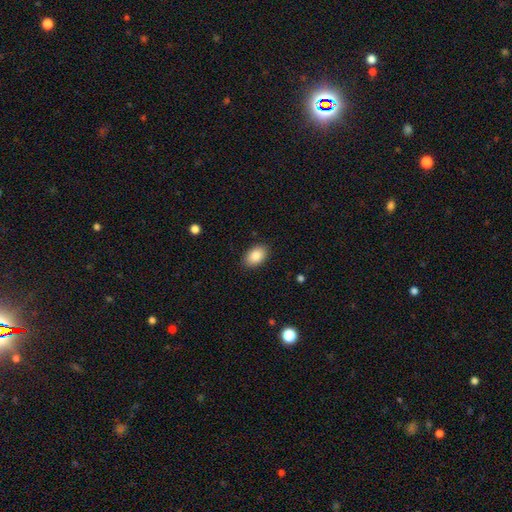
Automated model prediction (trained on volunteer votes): smooth-or-featured: smooth: 87% | star or artifact: 7% | featured or disk: 6%
  how-rounded: in between: 91% | round: 8% | cigar-shaped: 1%
  merging: none: 88% | minor disturbance: 9% | major disturbance: 2% | merger: 1%